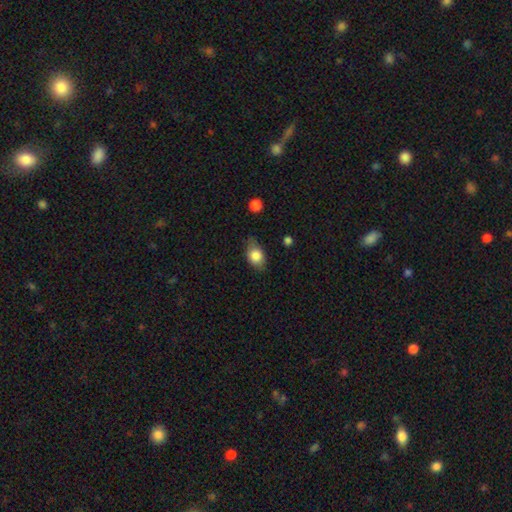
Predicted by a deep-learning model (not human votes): smooth-or-featured: smooth: 80% | featured or disk: 12% | star or artifact: 8%
  how-rounded: in between: 77% | round: 20% | cigar-shaped: 2%
  merging: none: 71% | minor disturbance: 22% | major disturbance: 5% | merger: 2%